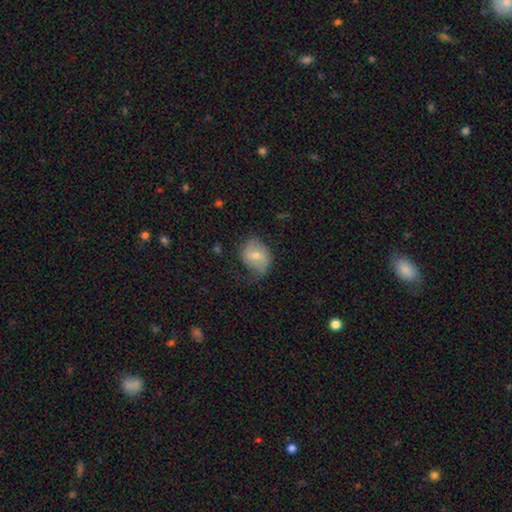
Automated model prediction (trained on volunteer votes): This appears to be a smooth galaxy with no disk features (61%) that is in between round and cigar-shaped (54%). Merging: none (49%).